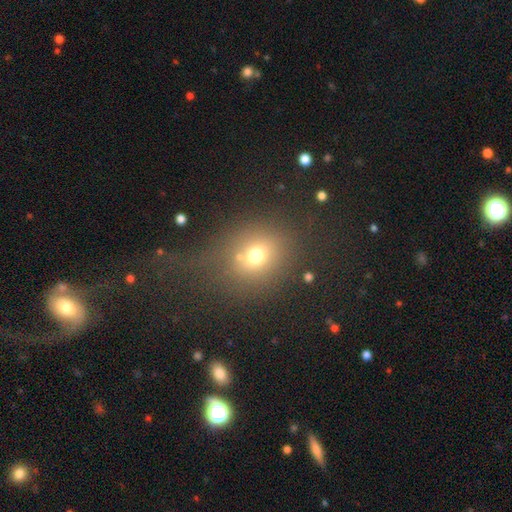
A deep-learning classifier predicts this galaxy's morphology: A smooth galaxy with no disk features (68%) that is round (66%). Merging: none (62%).